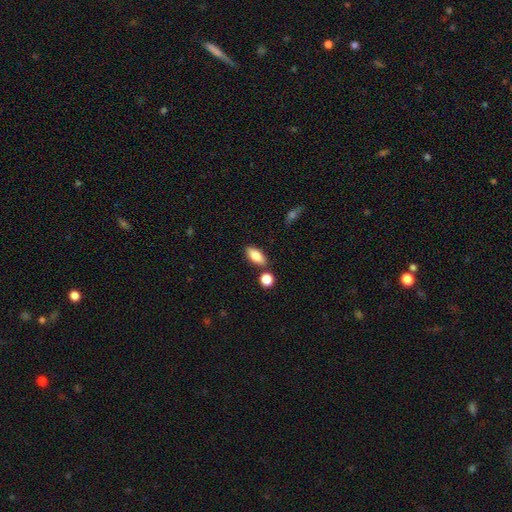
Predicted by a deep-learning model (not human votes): smooth-or-featured: smooth: 80% | featured or disk: 13% | star or artifact: 7%
  how-rounded: in between: 85% | cigar-shaped: 11% | round: 4%
  merging: none: 80% | minor disturbance: 10% | merger: 8% | major disturbance: 2%